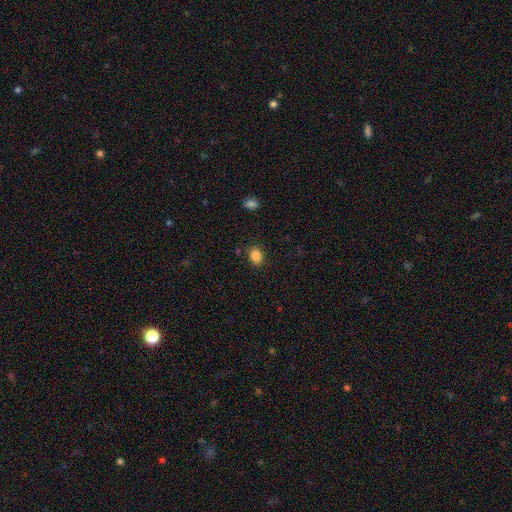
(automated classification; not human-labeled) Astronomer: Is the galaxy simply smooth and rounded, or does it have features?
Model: smooth — 86%.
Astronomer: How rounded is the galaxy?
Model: in between — 53% (runner-up: round, 46%).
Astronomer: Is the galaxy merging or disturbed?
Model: none — 83%.